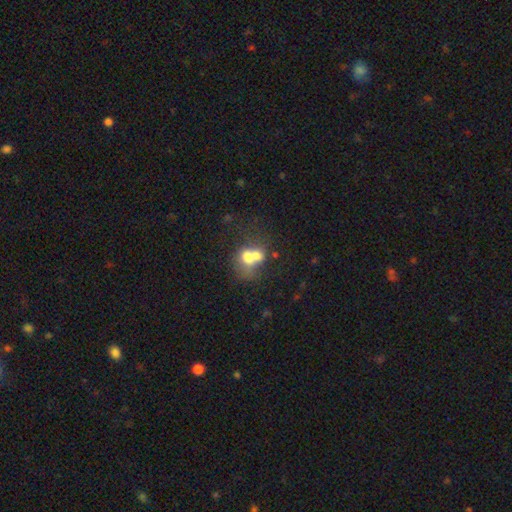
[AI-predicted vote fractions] A smooth galaxy with no disk features (62%) that is round (50%). Merging: merger (69%).